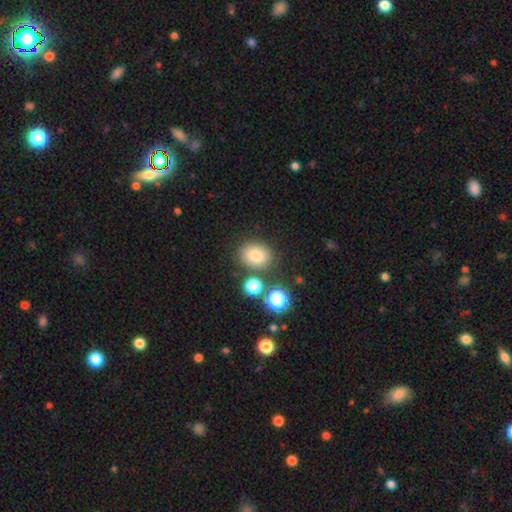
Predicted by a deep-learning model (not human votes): The model was most divided on "how rounded": in between: 50%, round: 49%, cigar-shaped: 1%. More confident: merging — none (78%); smooth or featured — smooth (78%).